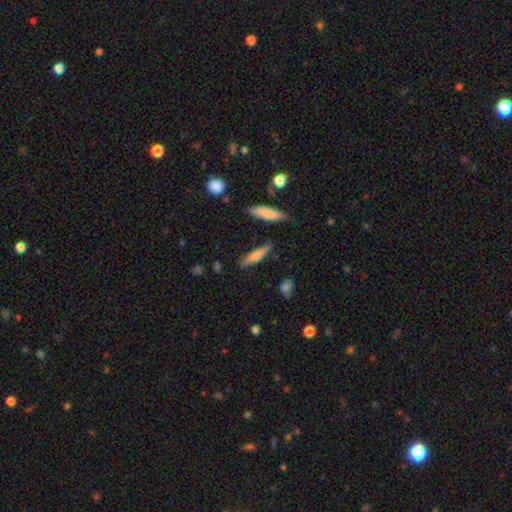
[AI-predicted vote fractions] Smooth or featured? smooth (61%)
How rounded? cigar-shaped (79%)
Merging? none (78%)